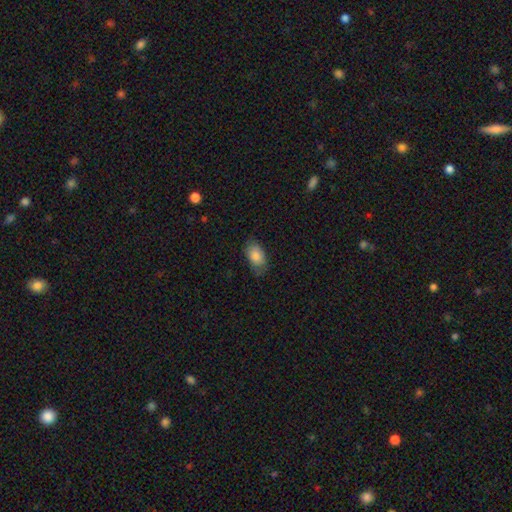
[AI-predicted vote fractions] smooth 84%, featured or disk 9%, star or artifact 7%. Down the decision tree: how rounded — in between (90%); merging — none (73%).